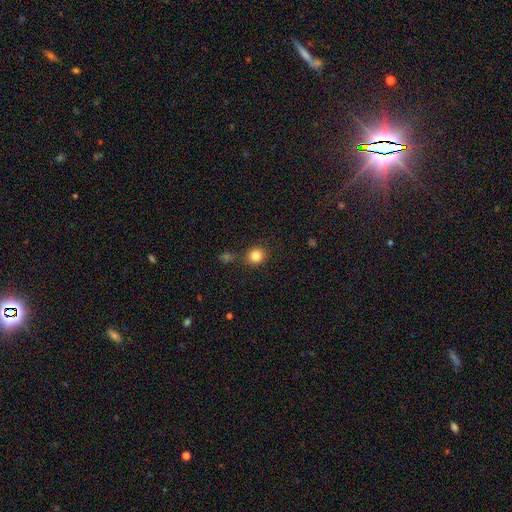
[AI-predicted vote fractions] This is clearly a smooth galaxy (84%). How rounded: clearly round (89%). Merging: clearly none (81%).